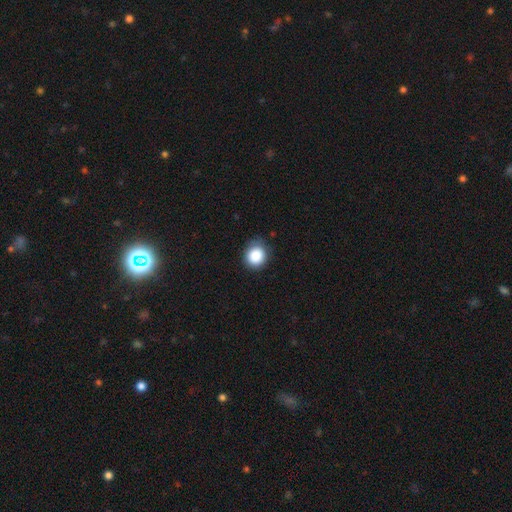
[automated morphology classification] Smooth or featured? Predicted: smooth (p=0.87). How rounded? Predicted: round (p=0.83). Merging? Predicted: none (p=0.76).